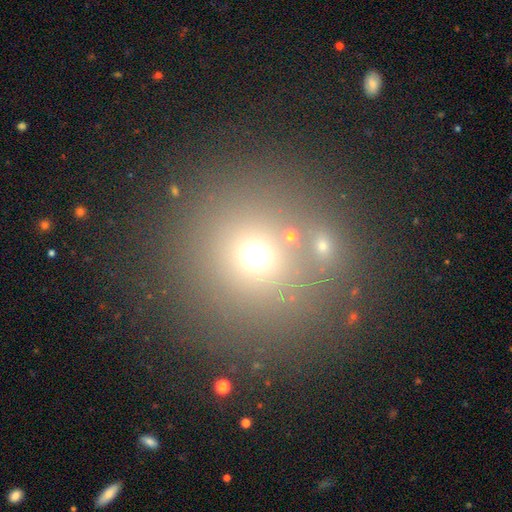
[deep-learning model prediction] Smooth or featured?
  - smooth: 63% *
  - star or artifact: 27%
  - featured or disk: 10%
How rounded?
  - round: 93% *
  - in between: 6%
  - cigar-shaped: 1%
Merging?
  - none: 74% *
  - merger: 13%
  - minor disturbance: 8%
  - major disturbance: 5%